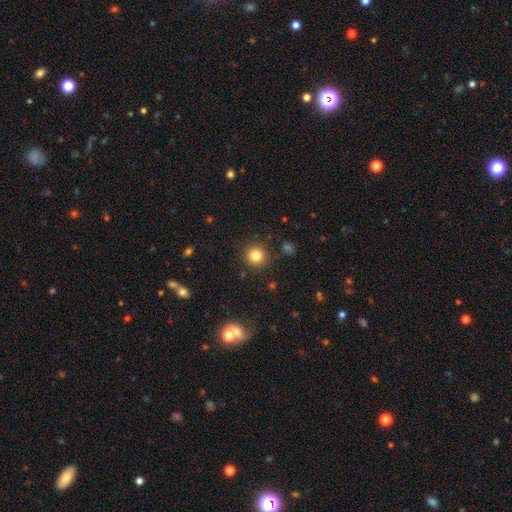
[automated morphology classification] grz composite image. It shows a smooth galaxy with no disk features (82%) that is round (94%). Merging: none (90%).